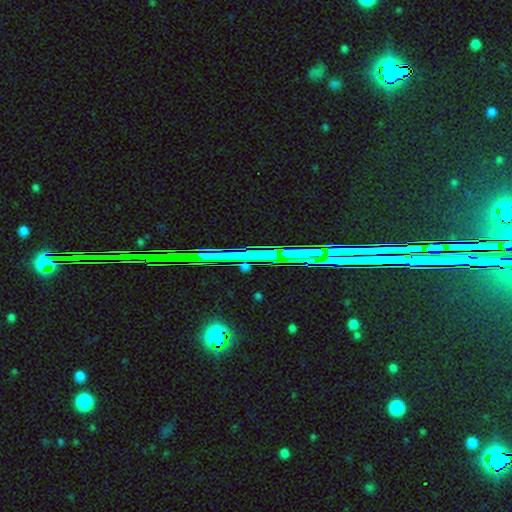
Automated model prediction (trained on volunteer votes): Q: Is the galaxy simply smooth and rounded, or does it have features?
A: star or artifact — 79%.